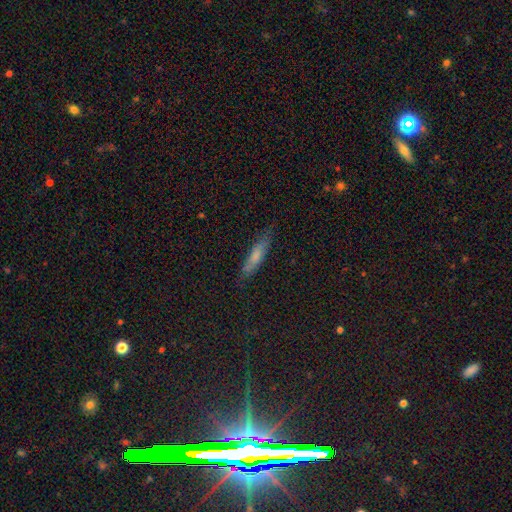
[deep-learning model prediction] A smooth galaxy with no disk features (64%) that is cigar-shaped (80%).

Vote fractions:
- Smooth or featured? smooth: 64% / featured or disk: 25% / star or artifact: 11%
- How rounded? cigar-shaped: 80% / in between: 18% / round: 2%
- Merging? none: 78% / minor disturbance: 17% / major disturbance: 4% / merger: 2%